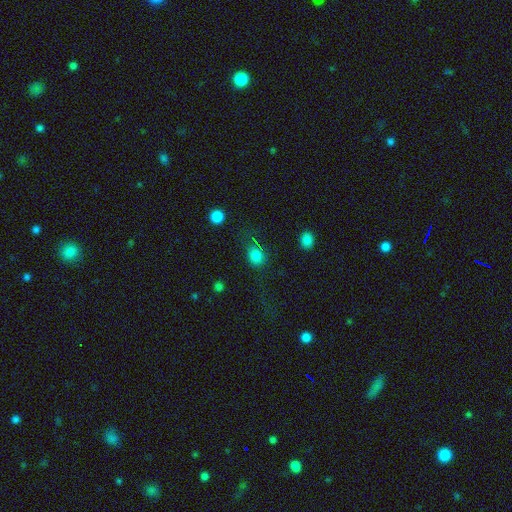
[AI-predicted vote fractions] Q: Smooth or featured?
A: smooth (81%); runner-up: star or artifact (14%)
Q: How rounded?
A: round (73%); runner-up: in between (26%)
Q: Merging?
A: none (76%); runner-up: minor disturbance (13%)